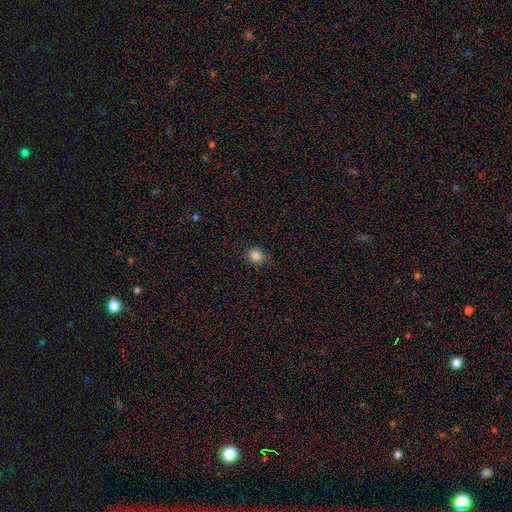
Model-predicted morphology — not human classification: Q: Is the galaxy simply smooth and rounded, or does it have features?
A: smooth — 84%.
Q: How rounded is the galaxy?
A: round — 65%.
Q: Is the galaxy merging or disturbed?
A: none — 81%.